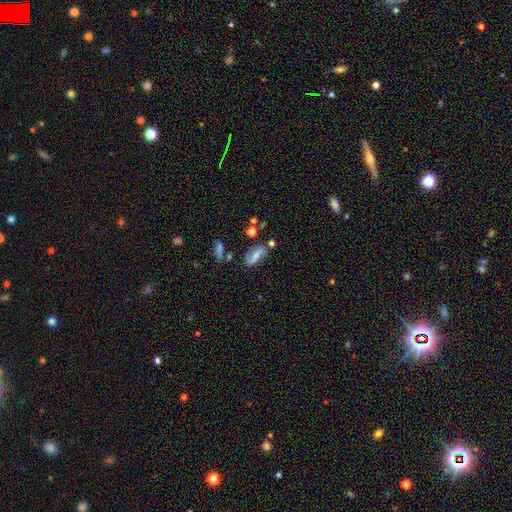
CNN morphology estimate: smooth-or-featured: featured or disk: 50% | smooth: 40% | star or artifact: 10%
  merging: none: 63% | minor disturbance: 21% | major disturbance: 9% | merger: 7%